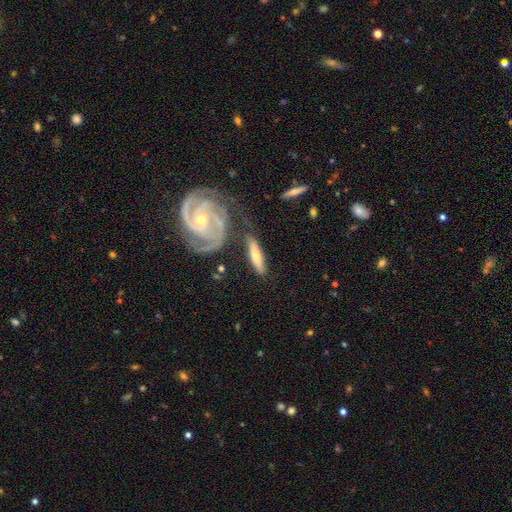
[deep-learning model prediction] This is possibly a featured or disk galaxy (52%). It is possibly not viewed edge-on (57%). Merging: likely none (70%).